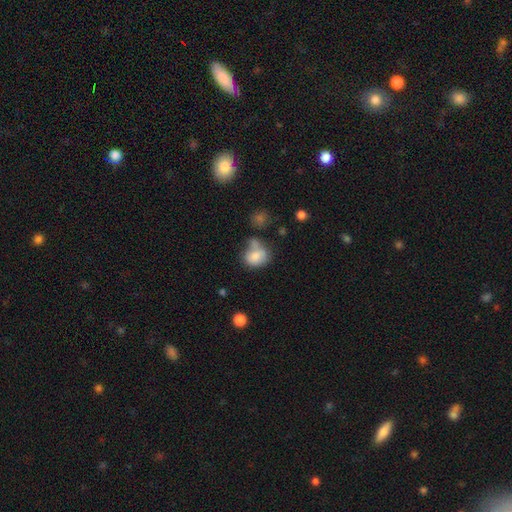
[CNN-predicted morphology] smooth 78%, featured or disk 13%, star or artifact 9%. Down the decision tree: how rounded — round (56%); merging — none (42%).